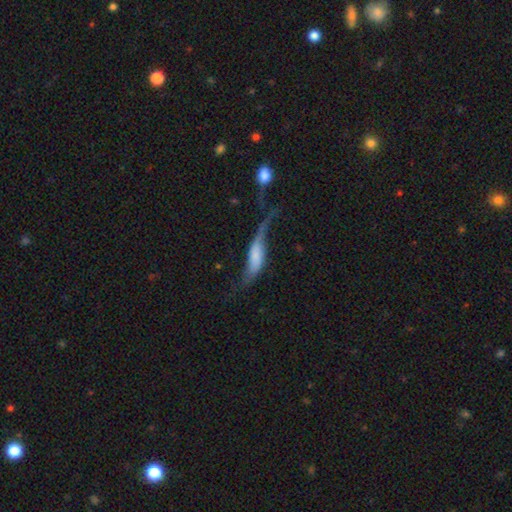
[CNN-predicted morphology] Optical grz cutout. It shows a featured or disk galaxy (50%). Merging: major disturbance (41%).